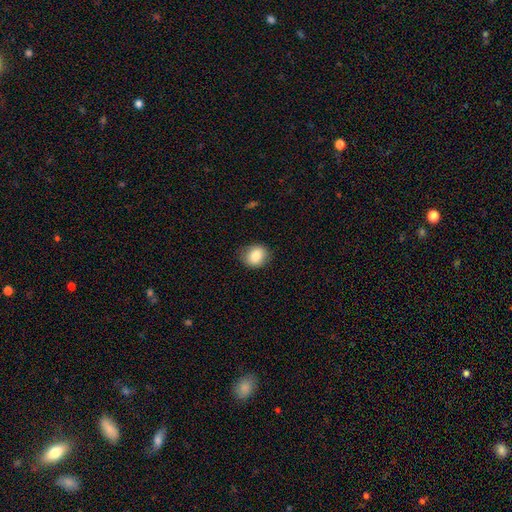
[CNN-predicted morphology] The model was most divided on "how rounded": round: 57%, in between: 42%, cigar-shaped: 1%. More confident: smooth or featured — smooth (84%); merging — none (82%).